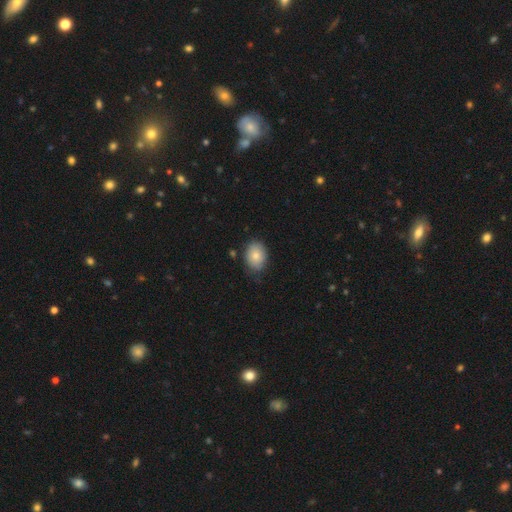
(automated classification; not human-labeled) This is clearly a smooth galaxy (81%). How rounded: likely in between (71%). Merging: likely none (74%).